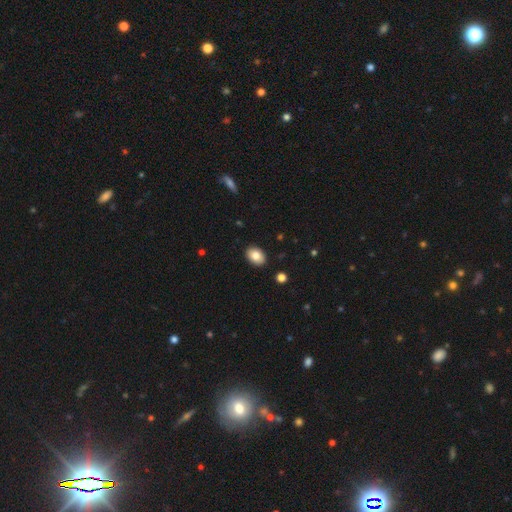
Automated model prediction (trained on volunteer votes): The model was most divided on "how rounded": in between: 79%, round: 20%, cigar-shaped: 1%. More confident: merging — none (90%); smooth or featured — smooth (85%).